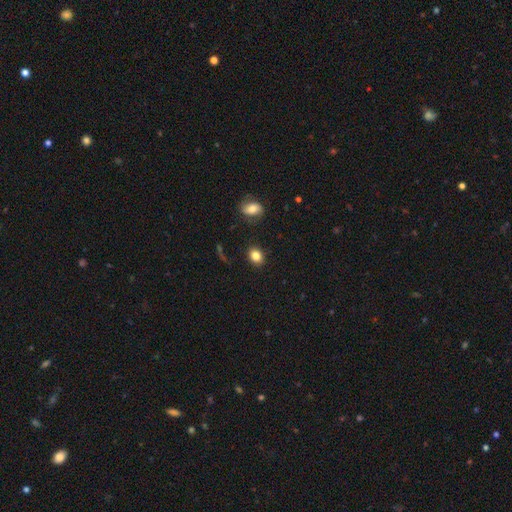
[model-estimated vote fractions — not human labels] Q: Smooth or featured?
A: smooth (84%); runner-up: star or artifact (9%)
Q: How rounded?
A: in between (60%); runner-up: round (39%)
Q: Merging?
A: none (85%); runner-up: minor disturbance (10%)